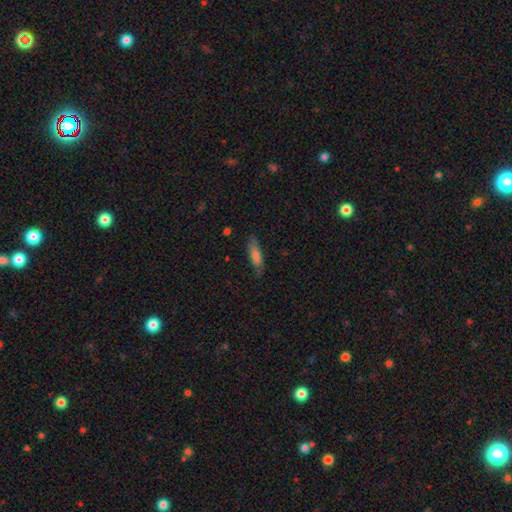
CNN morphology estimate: A smooth galaxy with no disk features (75%) that is cigar-shaped (57%). Merging: none (72%).